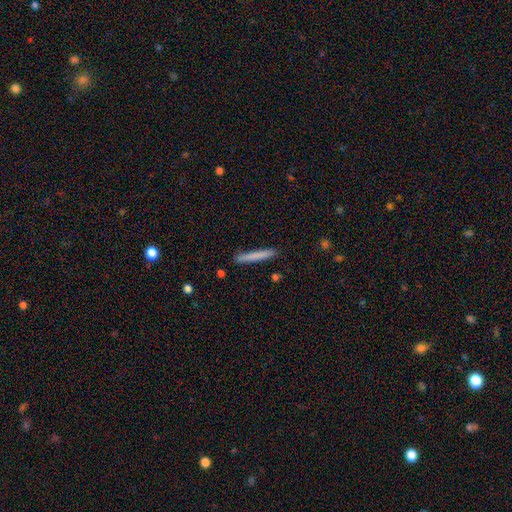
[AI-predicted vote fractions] This appears to be a smooth galaxy with no disk features (76%) that is cigar-shaped (96%). Merging: none (89%).